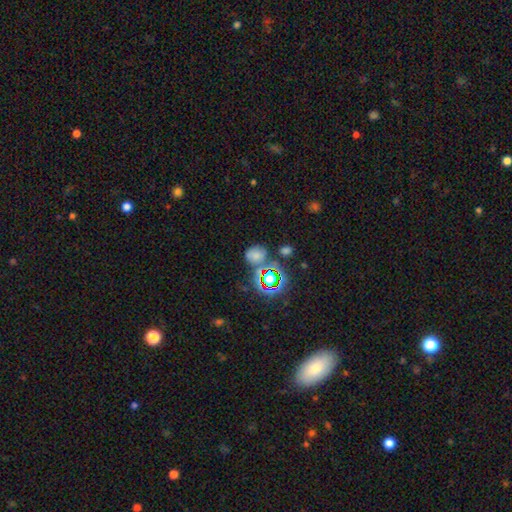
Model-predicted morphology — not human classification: Smooth or featured? smooth (57%)
How rounded? round (57%)
Merging? none (57%)